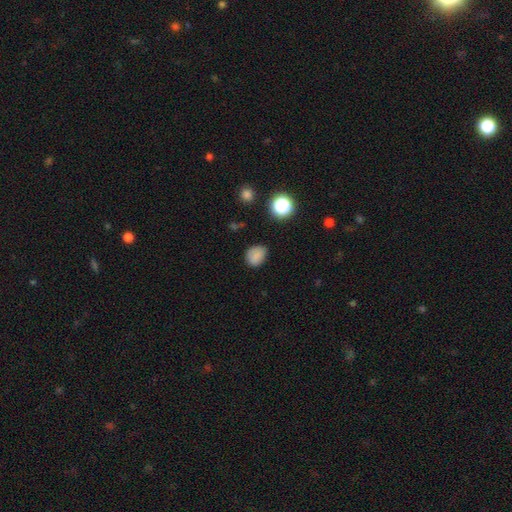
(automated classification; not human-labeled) smooth_or_featured: smooth (p=0.81) [alt: star or artifact p=0.13]
how_rounded: round (p=0.55) [alt: in between p=0.44]
merging: none (p=0.74) [alt: minor disturbance p=0.20]